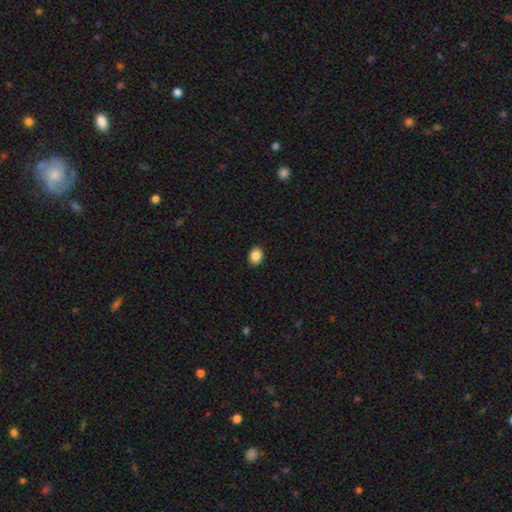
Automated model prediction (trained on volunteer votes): smooth-or-featured: smooth: 88% | star or artifact: 9% | featured or disk: 3%
  how-rounded: in between: 58% | round: 41% | cigar-shaped: 1%
  merging: none: 91% | minor disturbance: 6% | major disturbance: 2% | merger: 1%